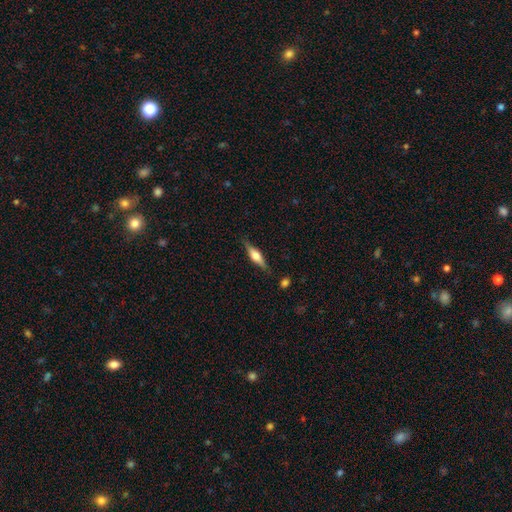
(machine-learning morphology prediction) featured or disk 53%, smooth 40%, star or artifact 6%. Down the decision tree: edge-on disk — yes (94%); edge-on bulge — rounded (84%); merging — none (81%).